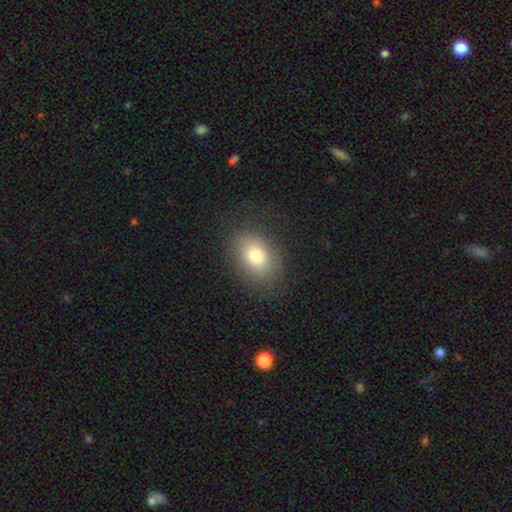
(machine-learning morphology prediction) Smooth or featured?
  - smooth: 79% *
  - featured or disk: 12%
  - star or artifact: 9%
How rounded?
  - in between: 76% *
  - round: 22%
  - cigar-shaped: 1%
Merging?
  - none: 80% *
  - minor disturbance: 13%
  - major disturbance: 5%
  - merger: 1%